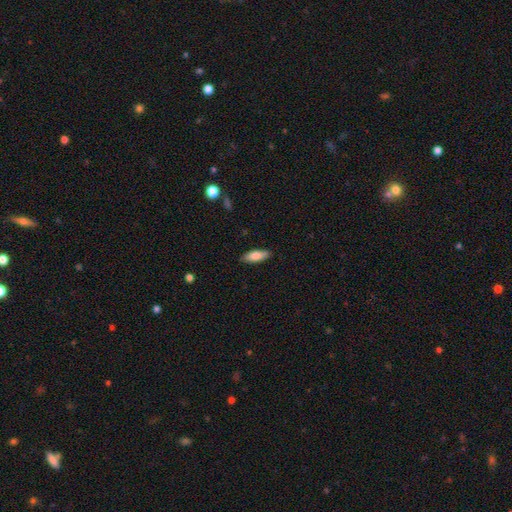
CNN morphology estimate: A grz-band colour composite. It shows a smooth galaxy with no disk features (82%) that is in between round and cigar-shaped (68%). Merging: none (86%).